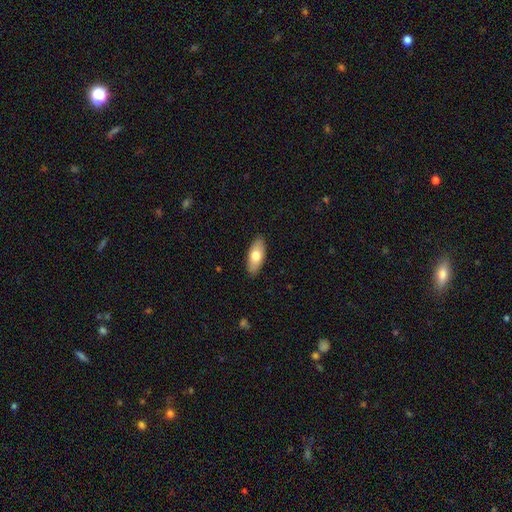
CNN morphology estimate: Q: Smooth or featured?
A: smooth (74%); runner-up: featured or disk (21%)
Q: How rounded?
A: in between (85%); runner-up: cigar-shaped (12%)
Q: Merging?
A: none (89%); runner-up: minor disturbance (8%)